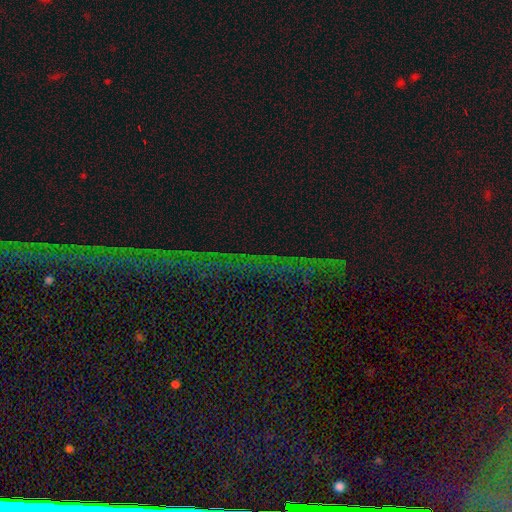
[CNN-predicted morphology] A star or artifact, not a galaxy (77%).